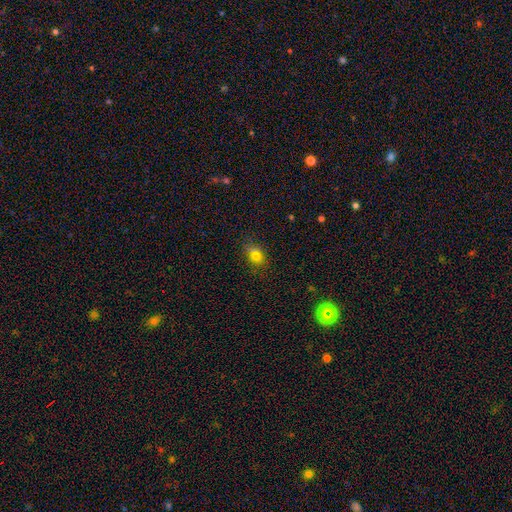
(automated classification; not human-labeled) Morphology: type=smooth (72%); roundness=in between (57%); merging=none (65%).